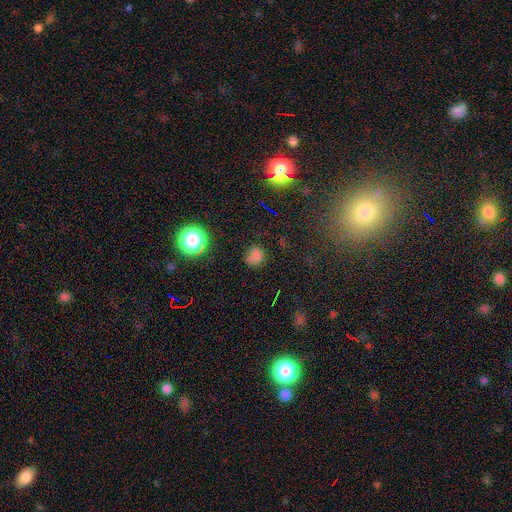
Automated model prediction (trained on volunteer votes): A smooth galaxy with no disk features (64%) that is round (74%).

Vote fractions:
- Smooth or featured? smooth: 64% / star or artifact: 27% / featured or disk: 9%
- How rounded? round: 74% / in between: 25% / cigar-shaped: 2%
- Merging? none: 61% / minor disturbance: 20% / merger: 11% / major disturbance: 9%